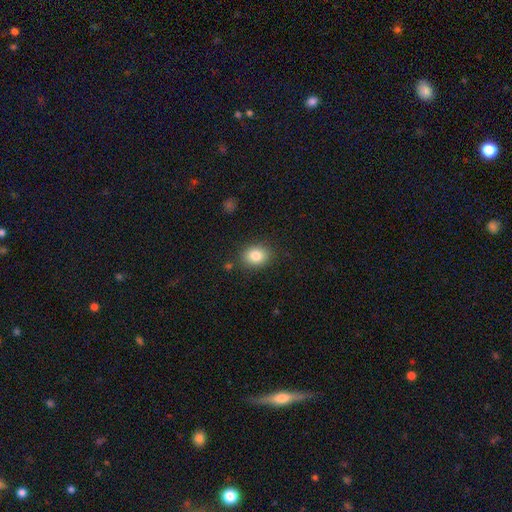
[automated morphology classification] The model was most divided on "how rounded": in between: 52%, round: 47%, cigar-shaped: 1%. More confident: merging — none (85%); smooth or featured — smooth (83%).